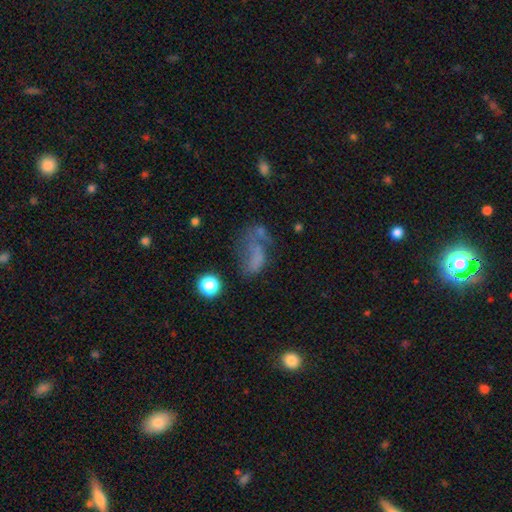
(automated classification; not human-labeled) Q: Smooth or featured?
A: smooth (46%); runner-up: featured or disk (34%)
Q: Merging?
A: major disturbance (41%); runner-up: none (27%)